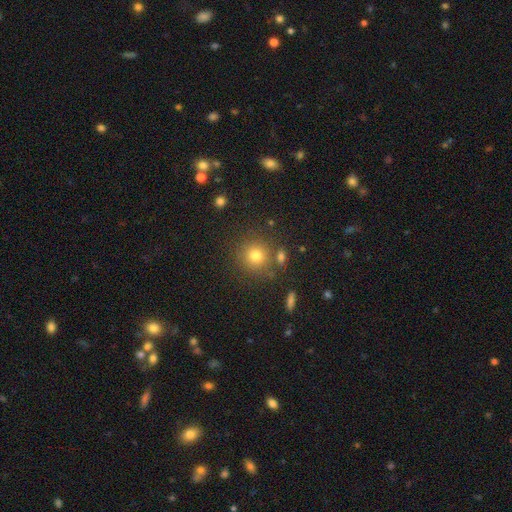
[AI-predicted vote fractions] Smooth or featured? smooth (78%)
How rounded? round (91%)
Merging? none (79%)